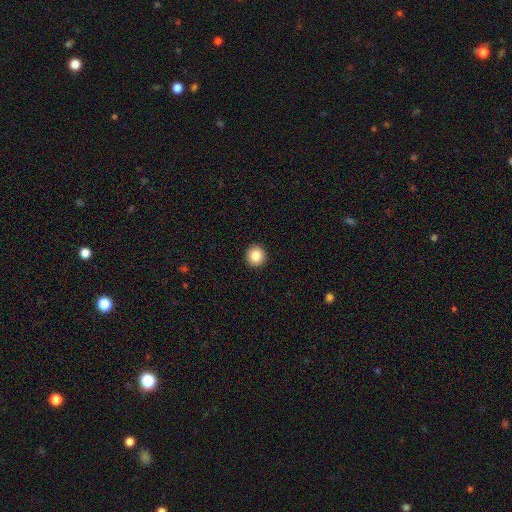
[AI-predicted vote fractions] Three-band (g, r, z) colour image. It shows a smooth galaxy with no disk features (84%) that is round (95%). Merging: none (94%).